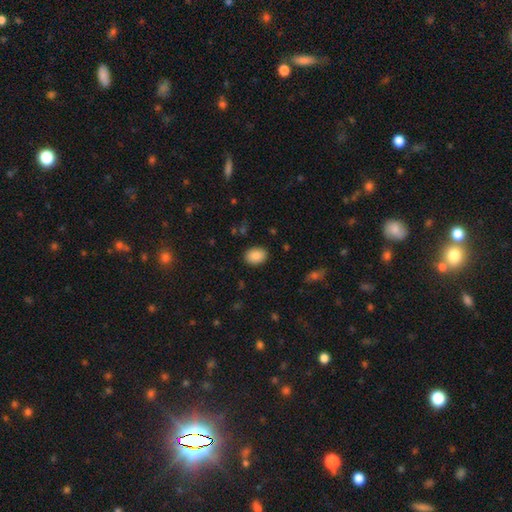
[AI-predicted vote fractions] A smooth galaxy with no disk features (89%) that is in between round and cigar-shaped (73%).

Vote fractions:
- Smooth or featured? smooth: 89% / star or artifact: 8% / featured or disk: 4%
- How rounded? in between: 73% / round: 26% / cigar-shaped: 1%
- Merging? none: 88% / minor disturbance: 8% / major disturbance: 2% / merger: 1%